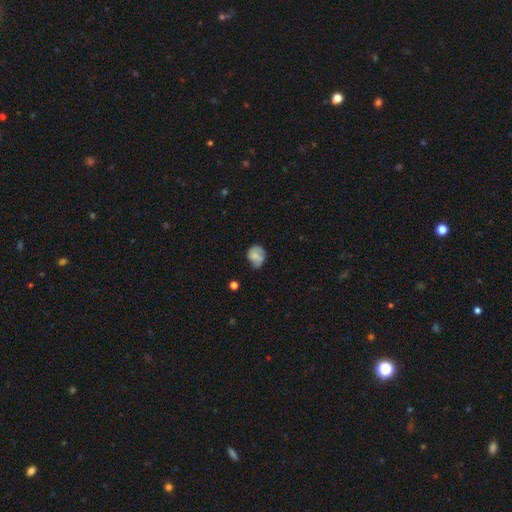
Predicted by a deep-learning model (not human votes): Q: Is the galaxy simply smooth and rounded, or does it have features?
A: smooth — 64%.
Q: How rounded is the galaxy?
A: round — 53%.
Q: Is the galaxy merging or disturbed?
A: none — 46%.